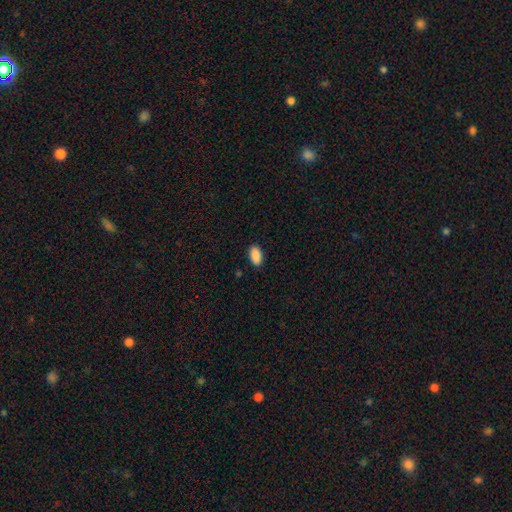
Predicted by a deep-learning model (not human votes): Q: Smooth or featured?
A: smooth (90%); runner-up: star or artifact (7%)
Q: How rounded?
A: in between (94%); runner-up: cigar-shaped (3%)
Q: Merging?
A: none (89%); runner-up: minor disturbance (8%)